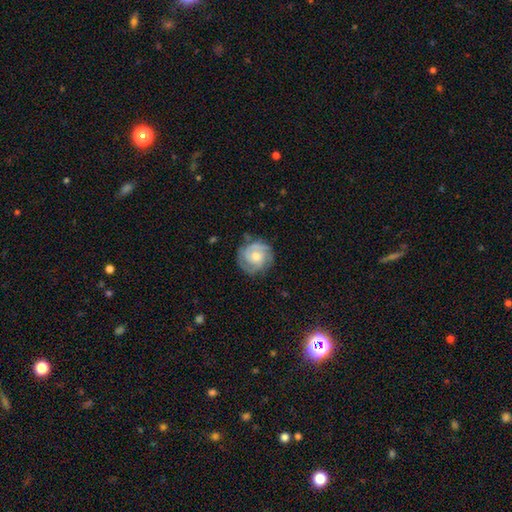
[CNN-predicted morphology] Smooth or featured? Predicted: featured or disk (p=0.71). Edge-on disk? Predicted: no (p=0.98). Bar? Predicted: no (p=0.72). Spiral arms? Predicted: yes (p=0.91). Spiral winding? Predicted: tight (p=0.61). Spiral arm count? Predicted: 2 (p=0.42). Bulge size? Predicted: moderate (p=0.61). Merging? Predicted: none (p=0.76).